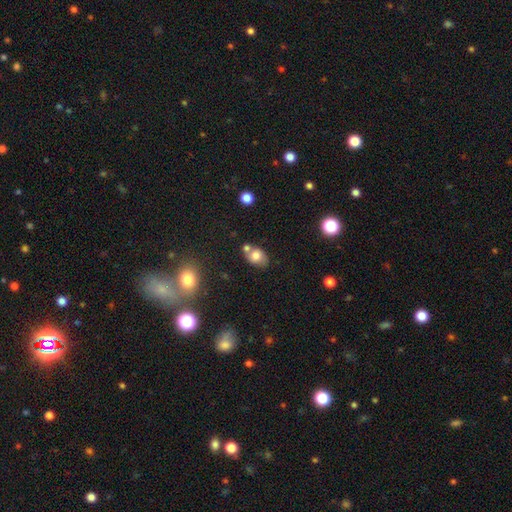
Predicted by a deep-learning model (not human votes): A smooth galaxy with no disk features (75%) that is in between round and cigar-shaped (59%). Merging: none (54%).